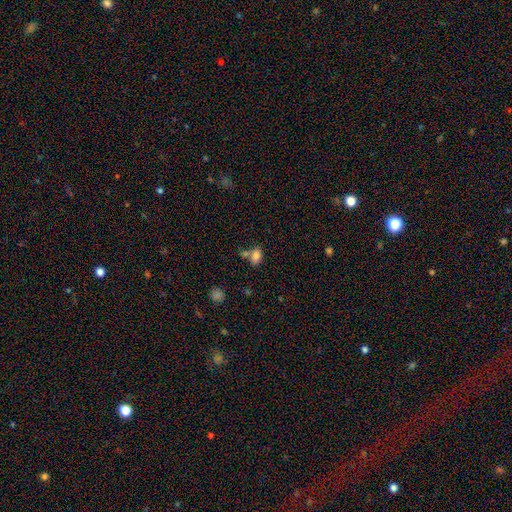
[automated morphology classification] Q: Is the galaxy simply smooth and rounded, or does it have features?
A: smooth — 81%.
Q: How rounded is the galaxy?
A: in between — 82%.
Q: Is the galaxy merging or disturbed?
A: none — 55%.